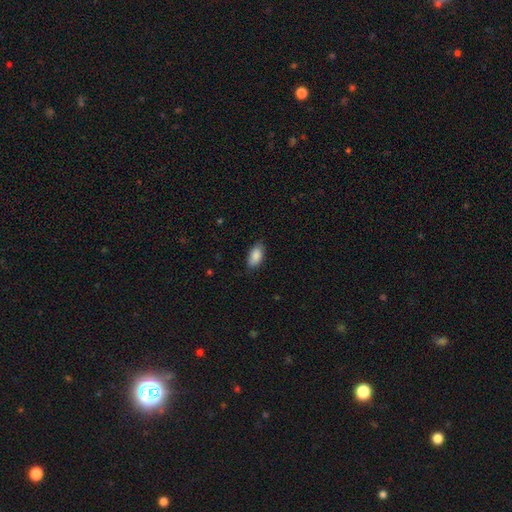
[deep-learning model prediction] A smooth galaxy with no disk features (88%) that is in between round and cigar-shaped (93%).

Vote fractions:
- Smooth or featured? smooth: 88% / star or artifact: 6% / featured or disk: 5%
- How rounded? in between: 93% / cigar-shaped: 5% / round: 3%
- Merging? none: 80% / minor disturbance: 16% / major disturbance: 3% / merger: 1%